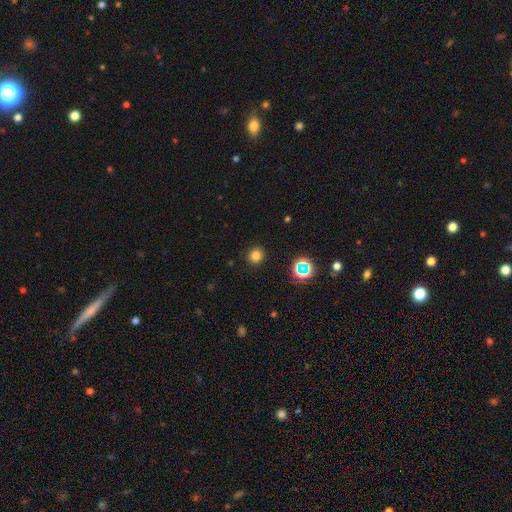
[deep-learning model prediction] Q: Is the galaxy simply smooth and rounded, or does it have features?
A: smooth — 77%.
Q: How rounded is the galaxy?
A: round — 91%.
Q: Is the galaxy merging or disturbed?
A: none — 90%.